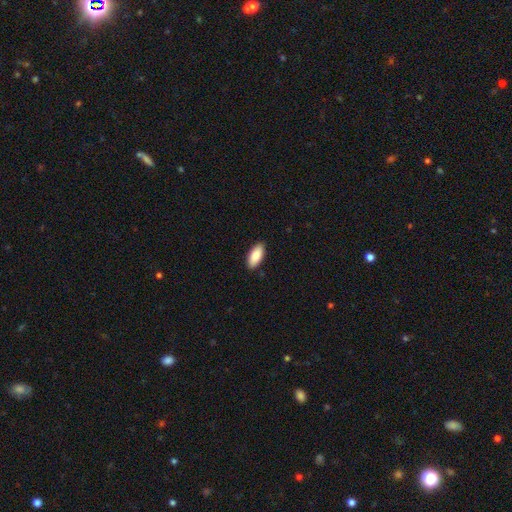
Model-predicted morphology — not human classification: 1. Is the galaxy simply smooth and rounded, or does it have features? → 87% smooth, 7% featured or disk, 6% star or artifact.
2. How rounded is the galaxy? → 88% in between, 11% cigar-shaped, 2% round.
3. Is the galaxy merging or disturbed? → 89% none, 8% minor disturbance, 2% major disturbance, 1% merger.